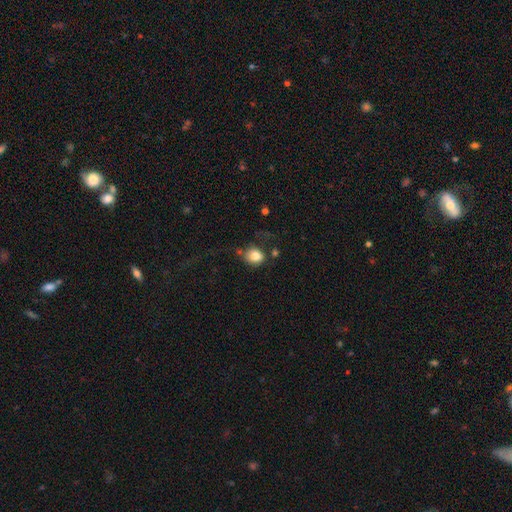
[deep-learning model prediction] This appears to be a smooth galaxy with no disk features (82%) that is round (73%). Merging: none (61%).